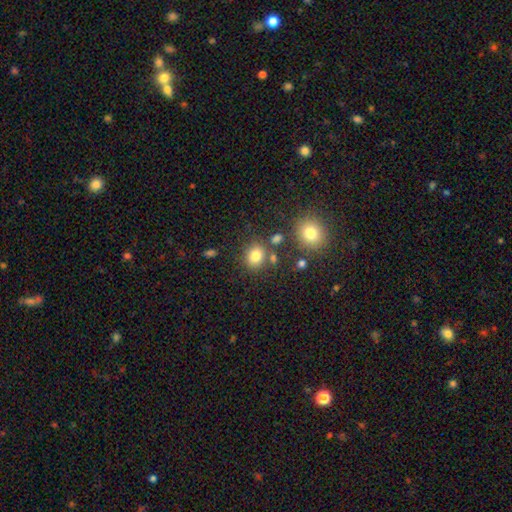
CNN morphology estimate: This is likely a smooth galaxy (79%). How rounded: likely round (67%). Merging: likely none (73%).